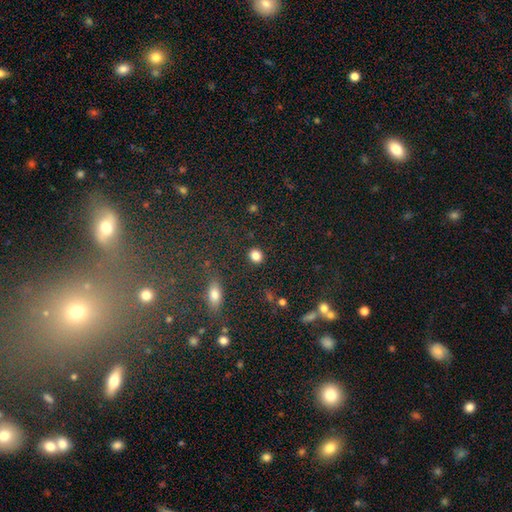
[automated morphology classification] A smooth galaxy with no disk features (85%) that is round (77%). Merging: none (89%).